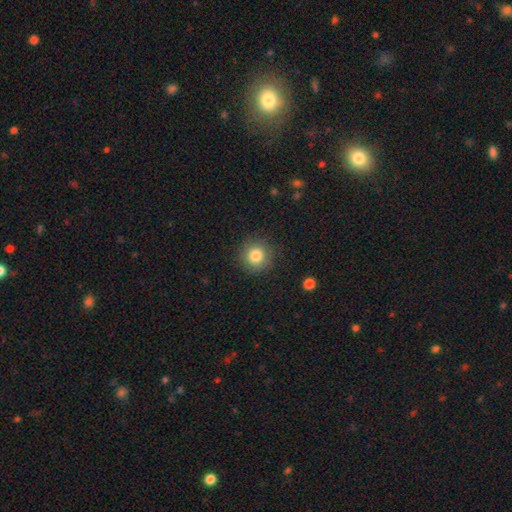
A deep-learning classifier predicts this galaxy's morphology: This appears to be a smooth galaxy with no disk features (82%) that is round (93%). Merging: none (88%).